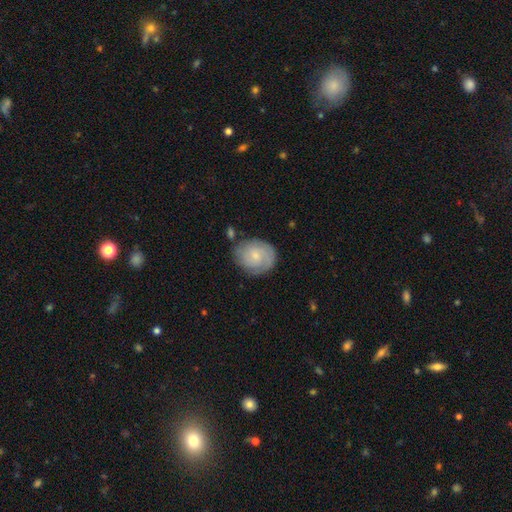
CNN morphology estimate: A featured or disk galaxy (47%).

Vote fractions:
- Smooth or featured? featured or disk: 47% / smooth: 46% / star or artifact: 7%
- Merging? none: 73% / minor disturbance: 18% / major disturbance: 5% / merger: 4%